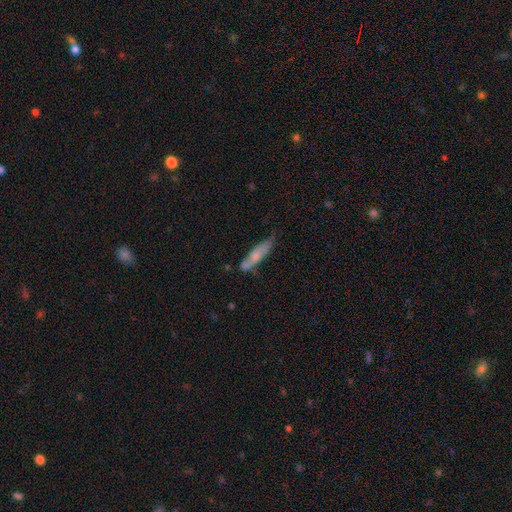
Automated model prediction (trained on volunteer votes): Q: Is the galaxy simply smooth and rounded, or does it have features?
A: smooth — 58%.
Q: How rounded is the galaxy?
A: cigar-shaped — 76%.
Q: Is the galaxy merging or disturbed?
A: none — 57%.